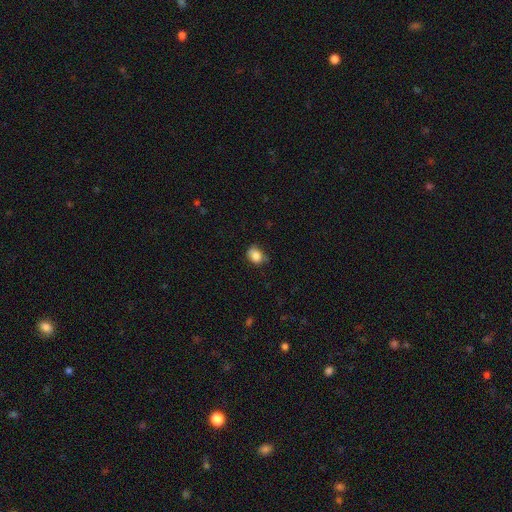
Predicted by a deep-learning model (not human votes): Smooth or featured: smooth — 84% (star or artifact — 9%)
How rounded: in between — 57% (round — 42%)
Merging: none — 58% (minor disturbance — 33%)